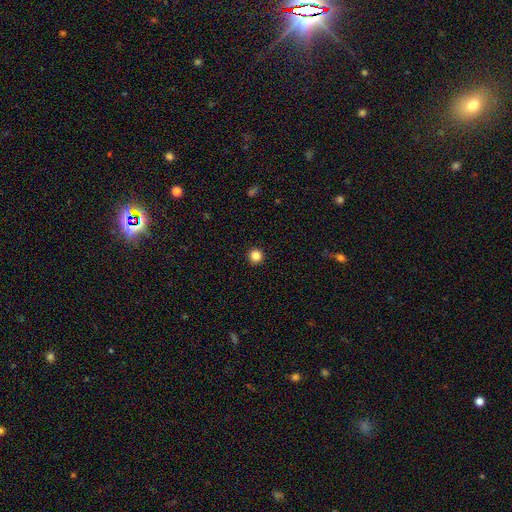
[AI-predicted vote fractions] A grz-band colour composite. It shows a smooth galaxy with no disk features (85%) that is round (96%). Merging: none (94%).